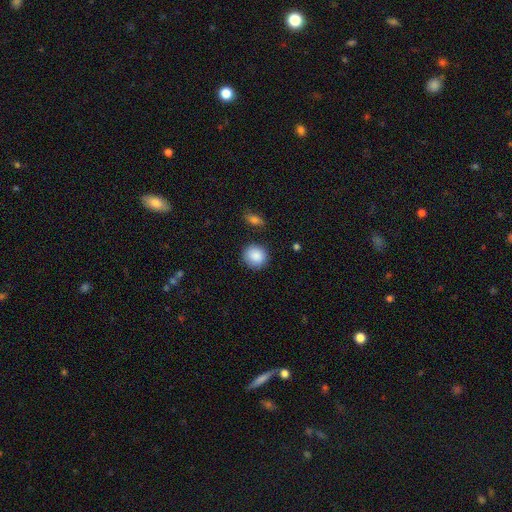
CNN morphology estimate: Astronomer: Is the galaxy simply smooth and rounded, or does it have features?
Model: smooth — 88%.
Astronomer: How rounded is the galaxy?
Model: round — 85%.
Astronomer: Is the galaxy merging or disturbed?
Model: none — 86%.